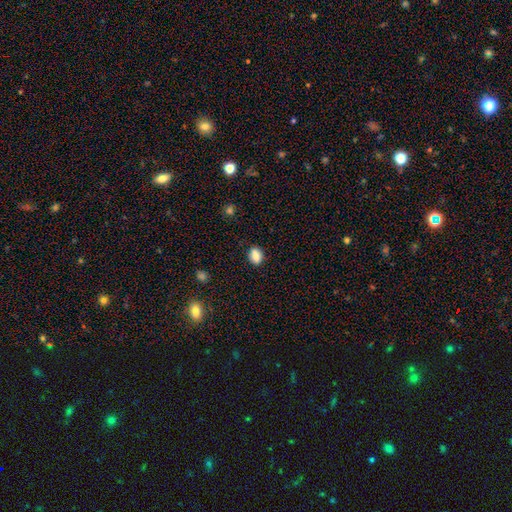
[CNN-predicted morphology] This appears to be a smooth galaxy with no disk features (85%) that is in between round and cigar-shaped (71%). Merging: none (85%).